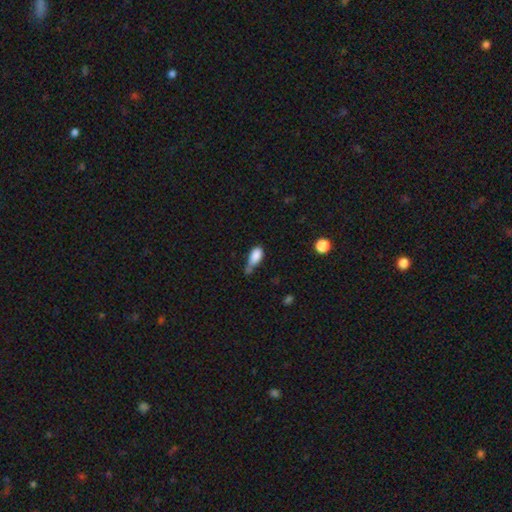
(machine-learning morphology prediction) Smooth or featured? Predicted: smooth (p=0.83). How rounded? Predicted: in between (p=0.87). Merging? Predicted: minor disturbance (p=0.35).